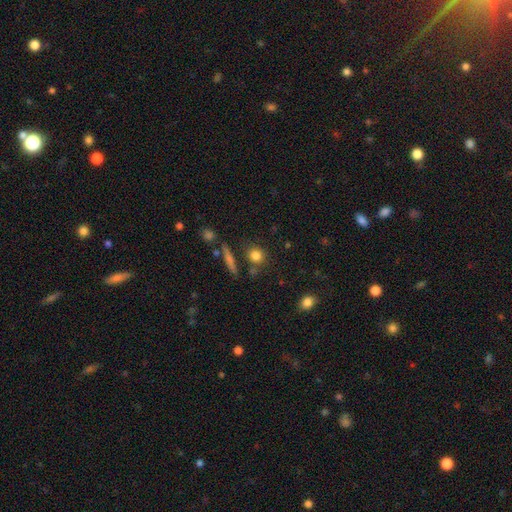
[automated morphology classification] smooth_or_featured: smooth (p=0.81) [alt: star or artifact p=0.11]
how_rounded: round (p=0.81) [alt: in between p=0.15]
merging: none (p=0.76) [alt: minor disturbance p=0.11]